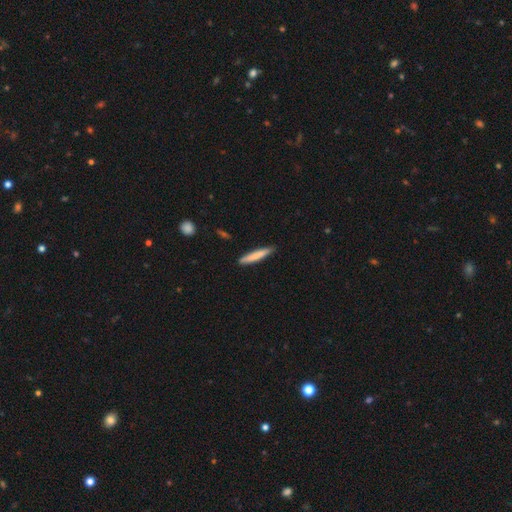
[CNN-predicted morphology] Smooth or featured: smooth — 76% (featured or disk — 19%)
How rounded: cigar-shaped — 93% (in between — 5%)
Merging: none — 88% (minor disturbance — 9%)